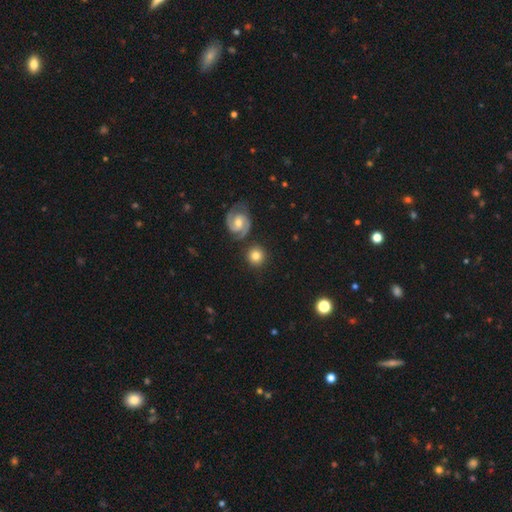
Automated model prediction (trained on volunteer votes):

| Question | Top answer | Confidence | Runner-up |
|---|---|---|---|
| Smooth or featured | smooth | 73% | featured or disk (19%) |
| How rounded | round | 92% | in between (6%) |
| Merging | none | 82% | minor disturbance (9%) |